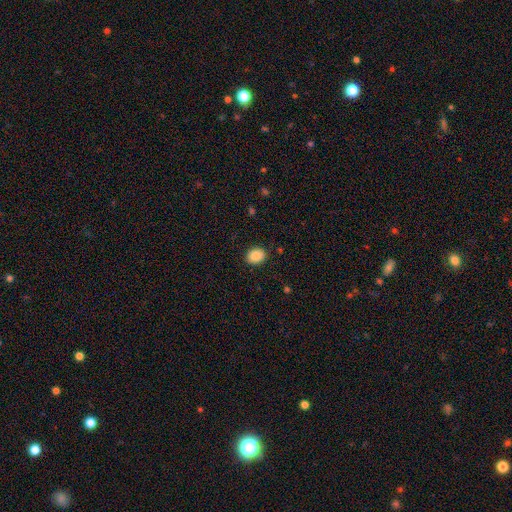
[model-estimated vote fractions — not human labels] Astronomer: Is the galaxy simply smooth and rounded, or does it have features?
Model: smooth — 89%.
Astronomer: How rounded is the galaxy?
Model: in between — 60% (runner-up: round, 39%).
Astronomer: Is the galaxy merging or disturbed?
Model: none — 89%.